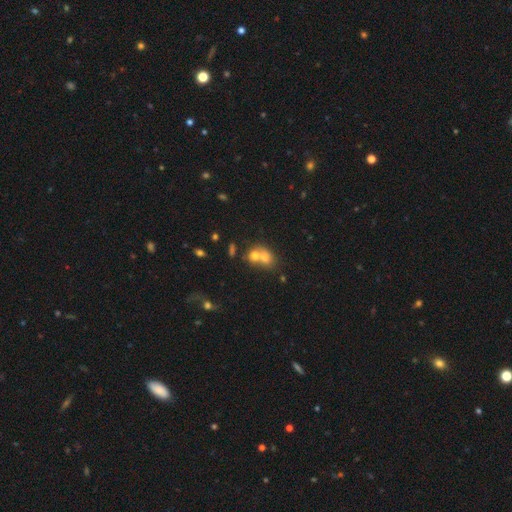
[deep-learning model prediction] Overall: smooth (68%). How rounded: round (57%; in between 42%). Merging: merger (68%).